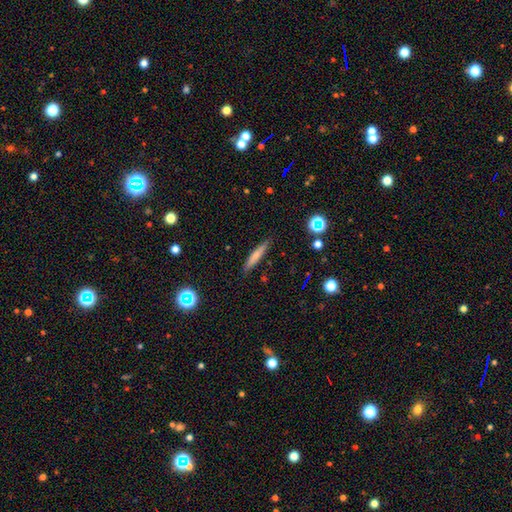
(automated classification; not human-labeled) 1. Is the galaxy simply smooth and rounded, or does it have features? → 66% smooth, 25% featured or disk, 8% star or artifact.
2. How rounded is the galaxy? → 91% cigar-shaped, 8% in between, 2% round.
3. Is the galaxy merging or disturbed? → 87% none, 9% minor disturbance, 2% major disturbance, 2% merger.